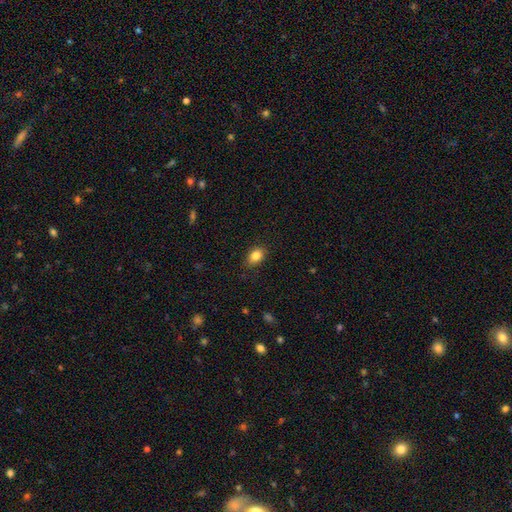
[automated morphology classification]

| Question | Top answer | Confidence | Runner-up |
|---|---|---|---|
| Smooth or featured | smooth | 84% | star or artifact (9%) |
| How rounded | in between | 79% | round (19%) |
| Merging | none | 85% | minor disturbance (11%) |